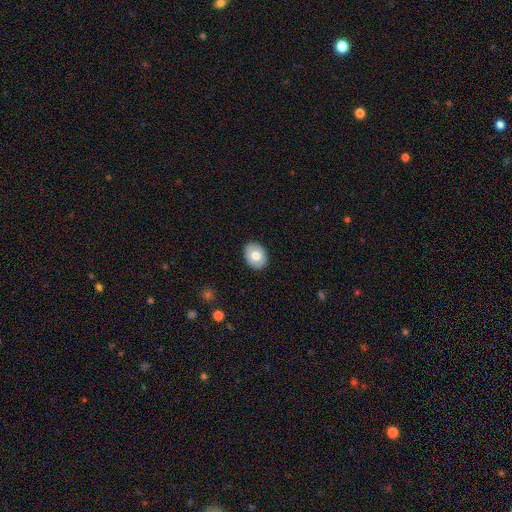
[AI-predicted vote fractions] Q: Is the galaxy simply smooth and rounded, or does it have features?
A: smooth — 73%.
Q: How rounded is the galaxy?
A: in between — 61%.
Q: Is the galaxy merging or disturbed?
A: none — 90%.